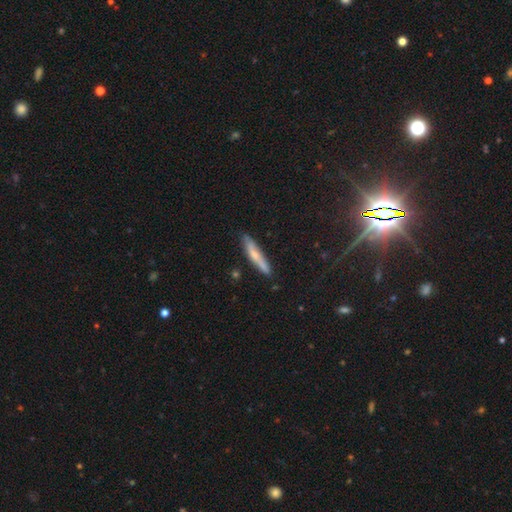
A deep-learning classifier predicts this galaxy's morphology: Overall: smooth (56%; featured or disk 37%). How rounded: cigar-shaped (91%). Merging: none (83%).